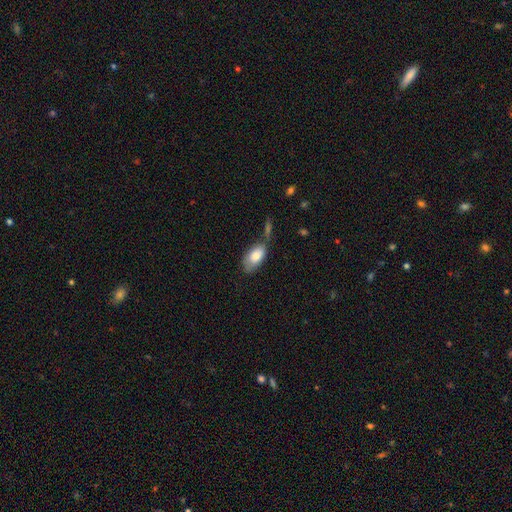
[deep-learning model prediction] smooth 81%, featured or disk 13%, star or artifact 6%. Down the decision tree: how rounded — in between (94%); merging — none (48%).